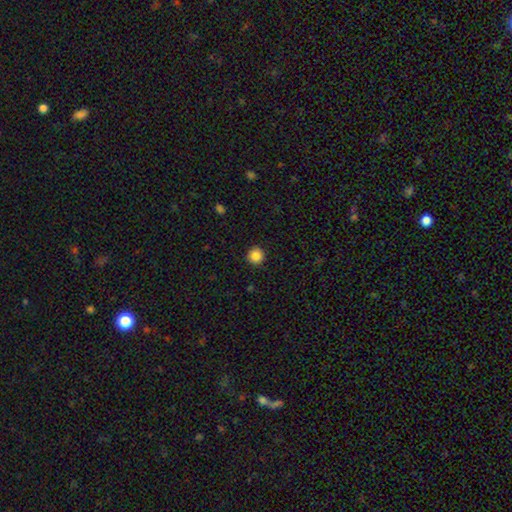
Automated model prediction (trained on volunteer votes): Smooth or featured? Predicted: smooth (p=0.87). How rounded? Predicted: round (p=0.96). Merging? Predicted: none (p=0.93).